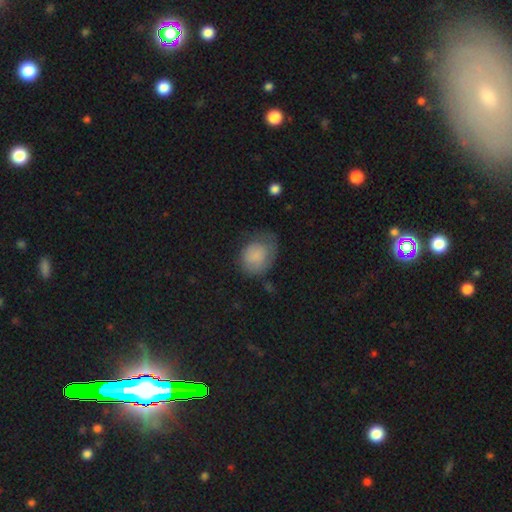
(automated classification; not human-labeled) Smooth or featured: smooth — 75% (featured or disk — 17%)
How rounded: round — 50% (in between — 49%)
Merging: none — 39% (minor disturbance — 35%)